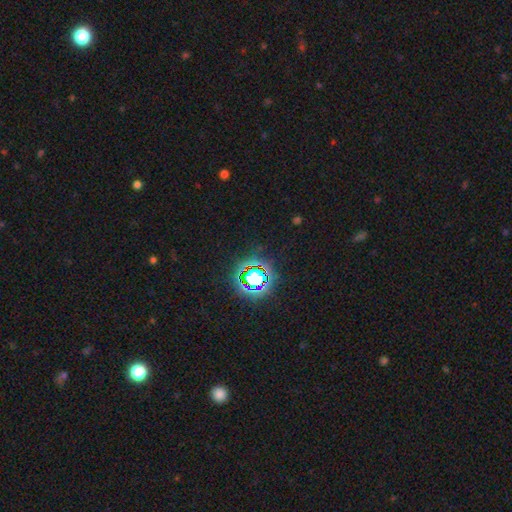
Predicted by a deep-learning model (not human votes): smooth-or-featured: star or artifact: 80% | smooth: 12% | featured or disk: 7%